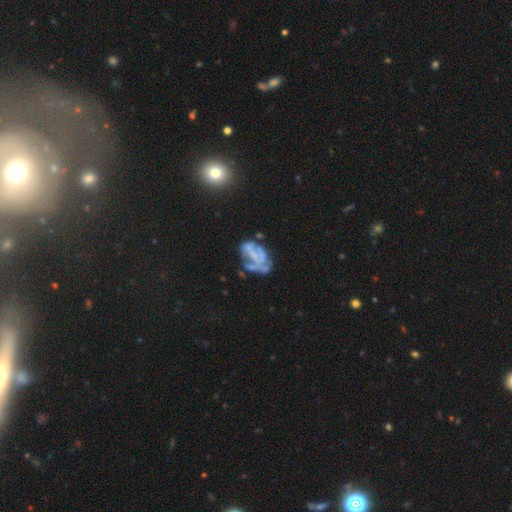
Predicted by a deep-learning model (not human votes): Smooth or featured?
  - featured or disk: 66% *
  - smooth: 21%
  - star or artifact: 13%
Edge-on disk?
  - no: 97% *
  - yes: 3%
Bar?
  - no: 78% *
  - weak: 15%
  - strong: 7%
Spiral arms?
  - no: 71% *
  - yes: 29%
Bulge size?
  - none: 70% *
  - small: 16%
  - moderate: 10%
  - large: 2%
  - dominant: 1%
Merging?
  - none: 33% *
  - major disturbance: 32%
  - minor disturbance: 21%
  - merger: 14%